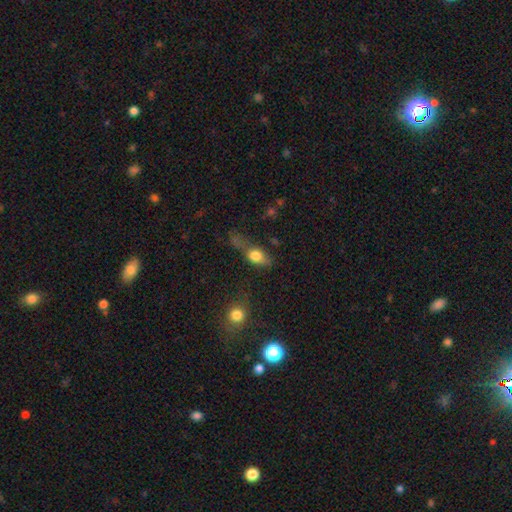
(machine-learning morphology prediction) Q: Smooth or featured?
A: smooth (69%); runner-up: featured or disk (20%)
Q: How rounded?
A: in between (63%); runner-up: round (22%)
Q: Merging?
A: none (38%); runner-up: minor disturbance (26%)